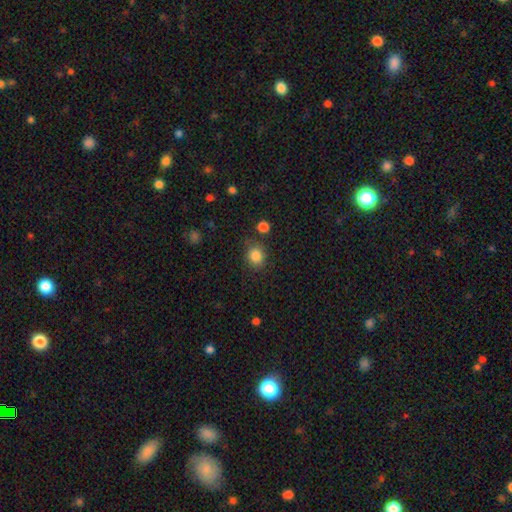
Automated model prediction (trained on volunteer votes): smooth-or-featured: smooth: 85% | star or artifact: 11% | featured or disk: 5%
  how-rounded: round: 74% | in between: 25% | cigar-shaped: 1%
  merging: none: 81% | minor disturbance: 12% | major disturbance: 4% | merger: 4%